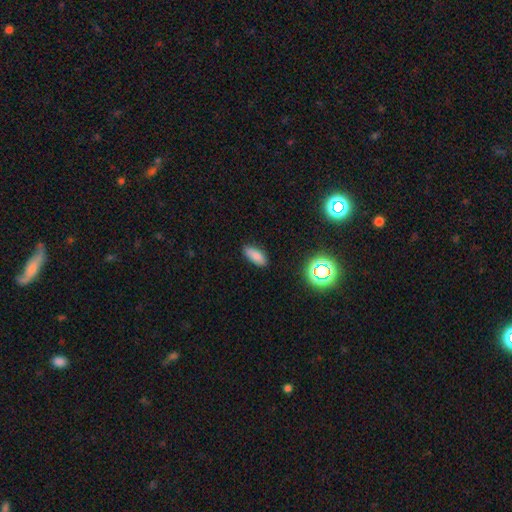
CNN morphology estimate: Overall: smooth (81%). How rounded: in between (79%). Merging: none (86%).